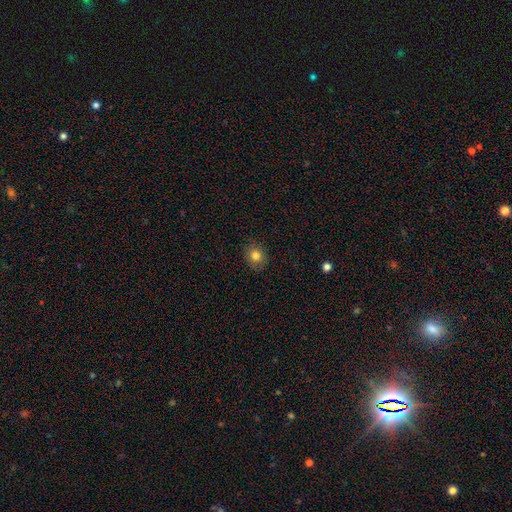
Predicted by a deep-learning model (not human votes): Q: Smooth or featured?
A: smooth (80%); runner-up: star or artifact (12%)
Q: How rounded?
A: round (70%); runner-up: in between (29%)
Q: Merging?
A: none (87%); runner-up: minor disturbance (9%)